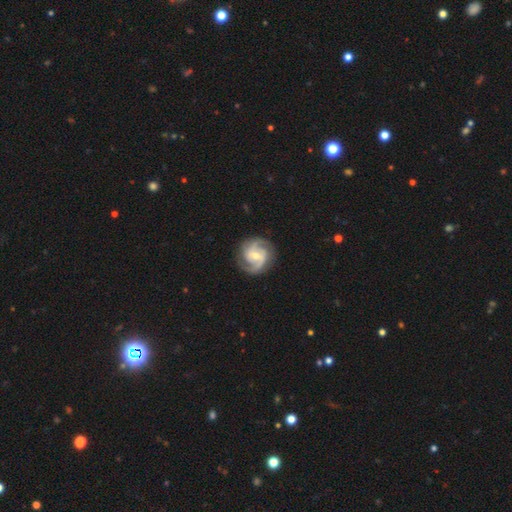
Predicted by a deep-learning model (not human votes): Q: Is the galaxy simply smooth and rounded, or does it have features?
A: featured or disk — 89%.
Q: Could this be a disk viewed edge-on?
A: no — 98%.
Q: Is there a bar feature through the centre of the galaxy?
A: weak — 50%.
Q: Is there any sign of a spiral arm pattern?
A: yes — 98%.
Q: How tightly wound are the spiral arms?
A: medium — 51%.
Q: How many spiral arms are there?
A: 2 — 69%.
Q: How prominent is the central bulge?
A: moderate — 48%.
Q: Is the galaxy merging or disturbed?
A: none — 83%.